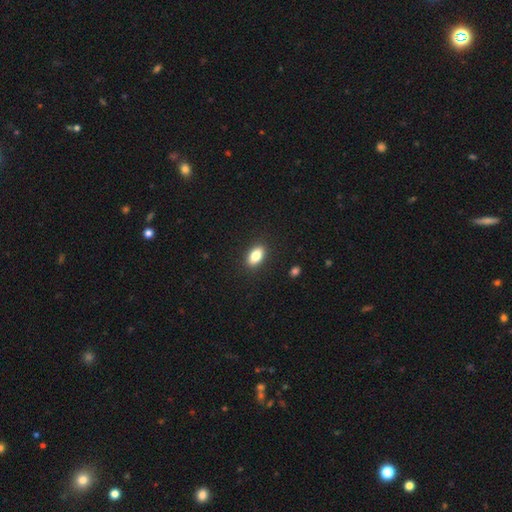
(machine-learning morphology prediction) smooth 81%, featured or disk 11%, star or artifact 8%. Down the decision tree: how rounded — in between (89%); merging — none (90%).